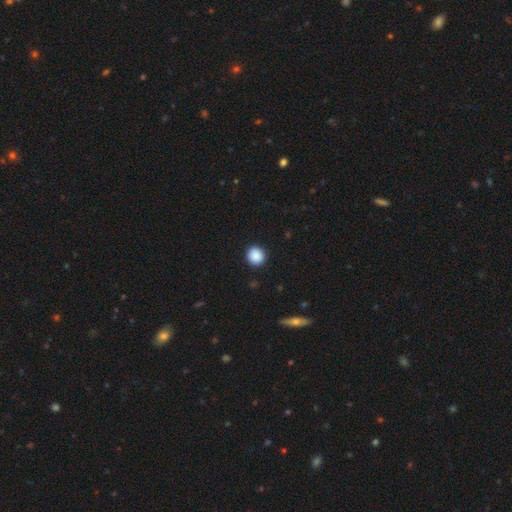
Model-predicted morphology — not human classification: A smooth galaxy with no disk features (89%) that is round (91%). Merging: none (92%).